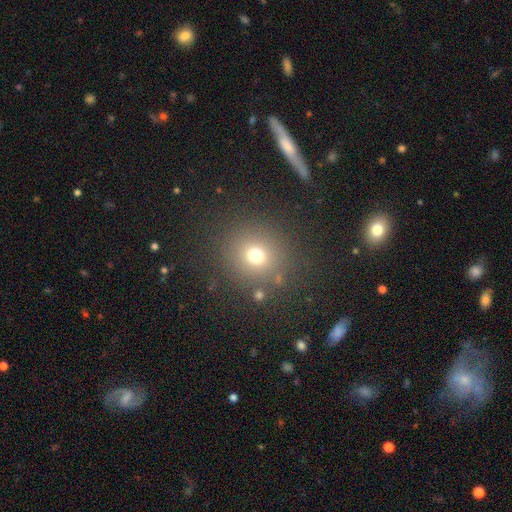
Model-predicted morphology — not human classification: smooth-or-featured: smooth: 71% | star or artifact: 19% | featured or disk: 9%
  how-rounded: round: 91% | in between: 8% | cigar-shaped: 1%
  merging: none: 84% | minor disturbance: 8% | major disturbance: 5% | merger: 3%